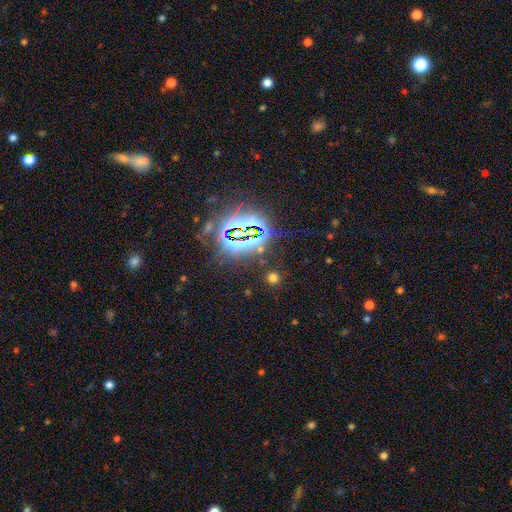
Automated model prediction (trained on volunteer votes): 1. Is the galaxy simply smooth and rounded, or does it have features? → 83% star or artifact, 9% smooth, 8% featured or disk.